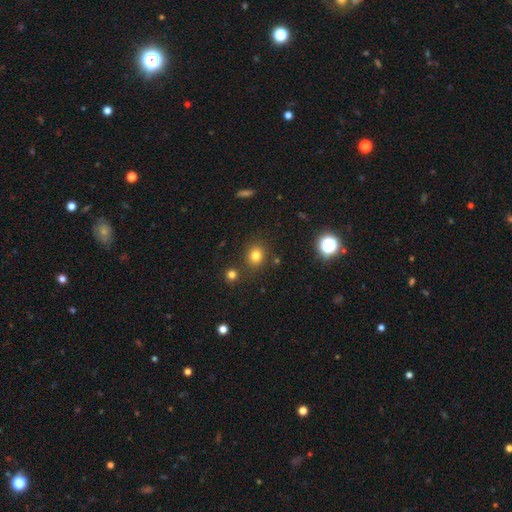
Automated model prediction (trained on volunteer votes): Smooth or featured? smooth (78%)
How rounded? round (73%)
Merging? none (81%)